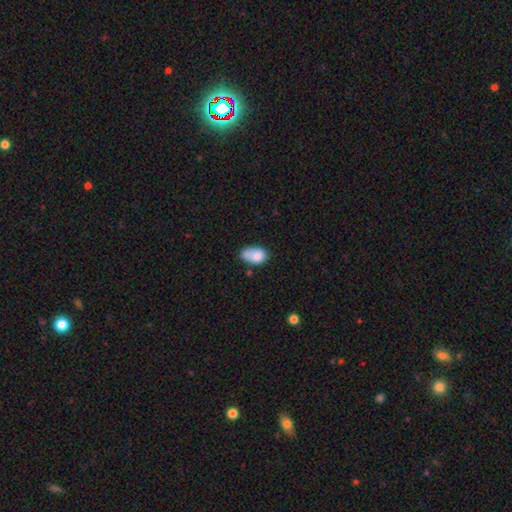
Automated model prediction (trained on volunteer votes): Q: Smooth or featured?
A: smooth (79%); runner-up: featured or disk (12%)
Q: How rounded?
A: in between (87%); runner-up: round (11%)
Q: Merging?
A: none (39%); runner-up: minor disturbance (33%)